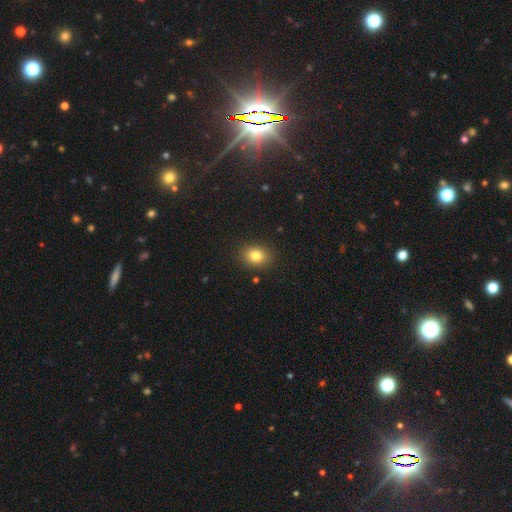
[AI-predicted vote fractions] Q: Smooth or featured?
A: smooth (82%); runner-up: star or artifact (11%)
Q: How rounded?
A: in between (52%); runner-up: round (47%)
Q: Merging?
A: none (88%); runner-up: minor disturbance (8%)